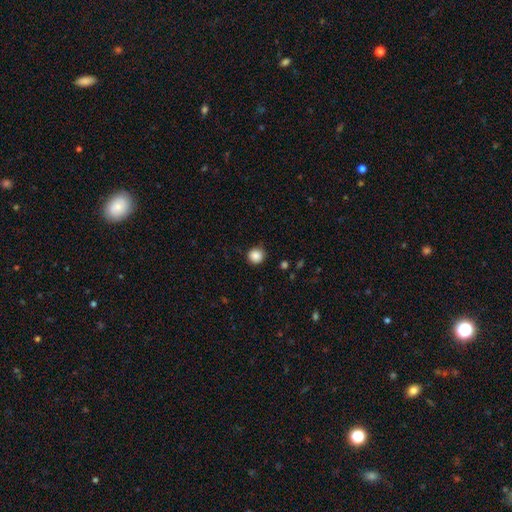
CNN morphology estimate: The model was most divided on "merging": none: 87%, minor disturbance: 10%, major disturbance: 2%, merger: 1%. More confident: how rounded — round (92%); smooth or featured — smooth (87%).